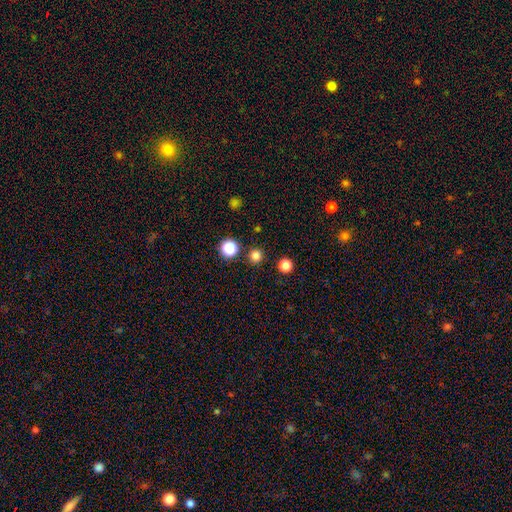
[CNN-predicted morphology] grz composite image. It shows a smooth galaxy with no disk features (80%) that is round (95%). Merging: none (90%).